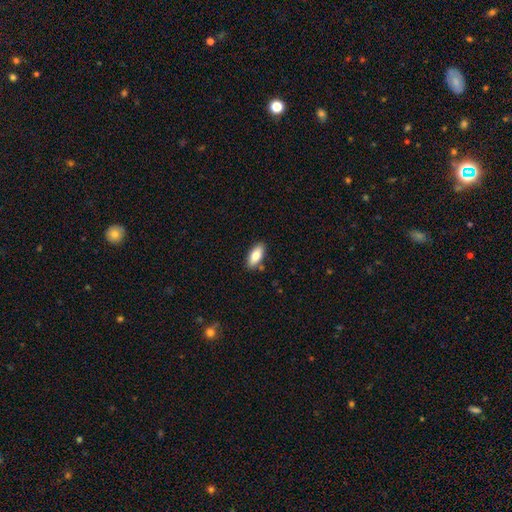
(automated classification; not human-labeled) Overall: smooth (81%). How rounded: in between (85%). Merging: none (85%).